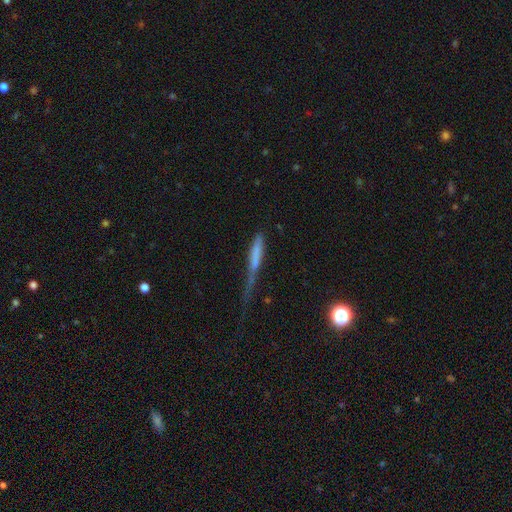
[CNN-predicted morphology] smooth_or_featured: smooth (p=0.59) [alt: featured or disk p=0.31]
how_rounded: cigar-shaped (p=0.90) [alt: in between p=0.08]
merging: major disturbance (p=0.37) [alt: none p=0.28]